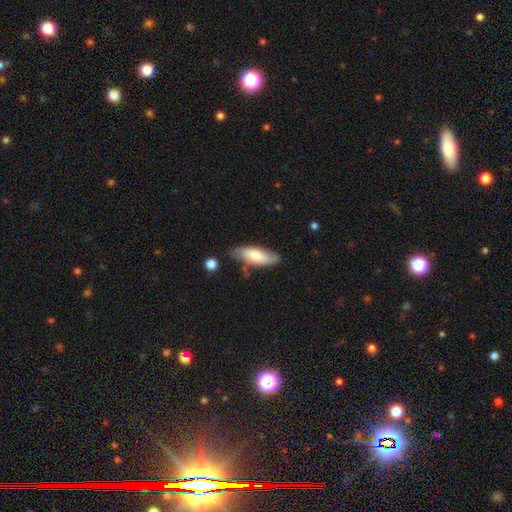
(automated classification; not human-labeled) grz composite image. It shows a smooth galaxy with no disk features (73%) that is in between round and cigar-shaped (70%). Merging: none (69%).